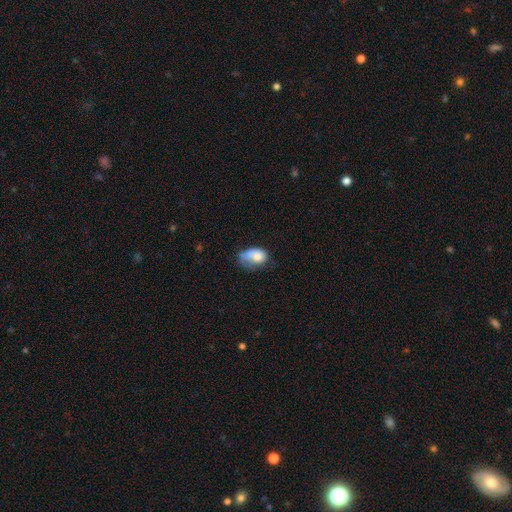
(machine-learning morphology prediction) This appears to be a smooth galaxy with no disk features (73%) that is in between round and cigar-shaped (83%). Merging: minor disturbance (35%).